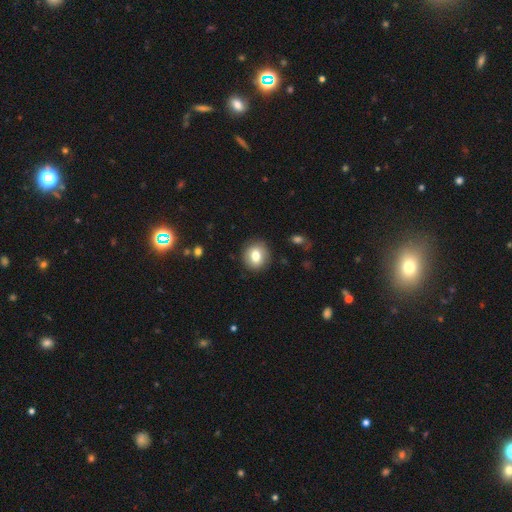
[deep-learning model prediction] Smooth or featured? Predicted: smooth (p=0.77). How rounded? Predicted: round (p=0.78). Merging? Predicted: none (p=0.88).